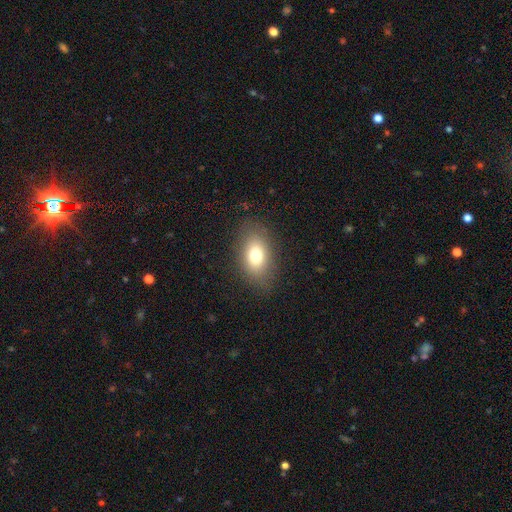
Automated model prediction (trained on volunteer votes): Morphology: type=smooth (75%); roundness=in between (83%); merging=none (83%).